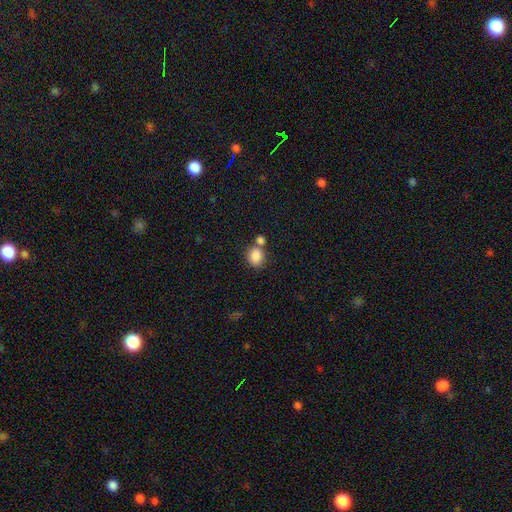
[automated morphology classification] This is clearly a smooth galaxy (86%). How rounded: likely round (61%). Merging: possibly none (58%).